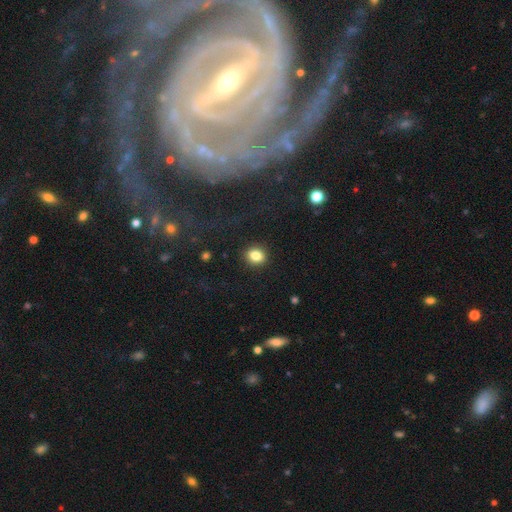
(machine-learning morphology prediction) Smooth or featured? Predicted: smooth (p=0.82). How rounded? Predicted: round (p=0.63). Merging? Predicted: none (p=0.89).